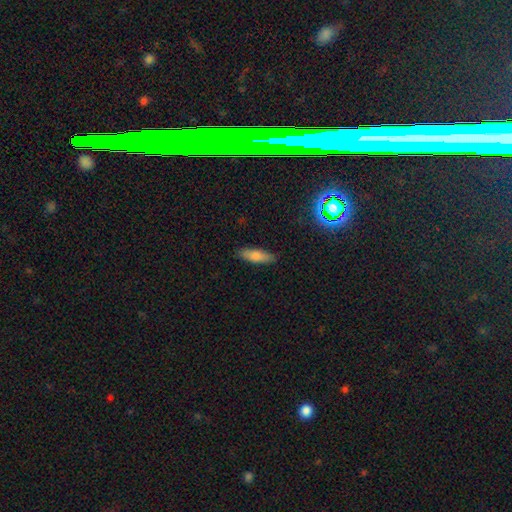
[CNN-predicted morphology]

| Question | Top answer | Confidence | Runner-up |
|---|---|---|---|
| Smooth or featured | smooth | 76% | featured or disk (14%) |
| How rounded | cigar-shaped | 49% | in between (48%) |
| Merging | none | 87% | minor disturbance (10%) |